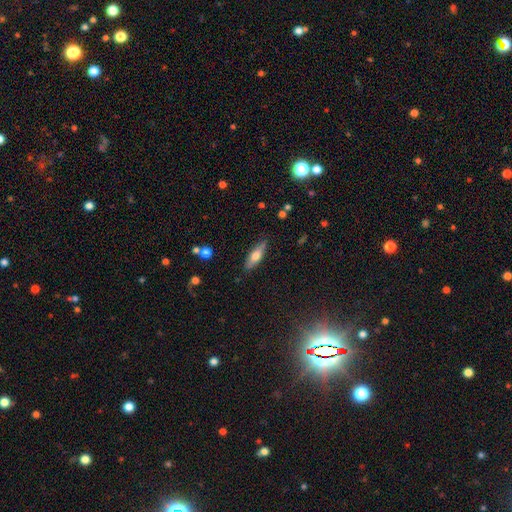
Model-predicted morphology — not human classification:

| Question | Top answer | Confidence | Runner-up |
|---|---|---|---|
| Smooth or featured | smooth | 58% | featured or disk (35%) |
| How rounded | cigar-shaped | 54% | in between (44%) |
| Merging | none | 85% | minor disturbance (11%) |